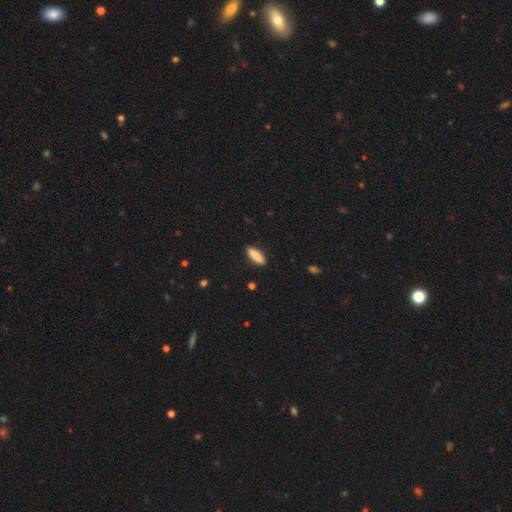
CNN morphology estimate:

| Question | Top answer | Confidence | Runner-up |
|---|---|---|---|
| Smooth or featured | smooth | 87% | featured or disk (7%) |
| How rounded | cigar-shaped | 54% | in between (45%) |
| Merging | none | 89% | minor disturbance (8%) |